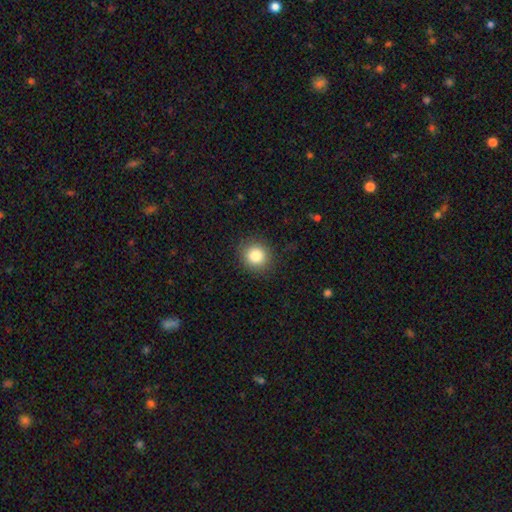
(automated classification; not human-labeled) smooth 84%, star or artifact 10%, featured or disk 6%. Down the decision tree: how rounded — round (89%); merging — none (89%).